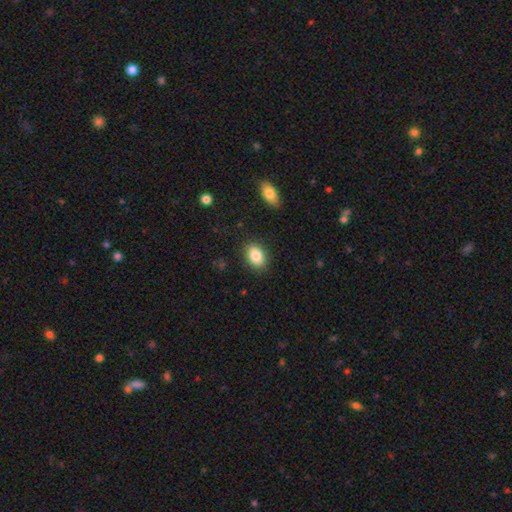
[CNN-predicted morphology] smooth 84%, featured or disk 8%, star or artifact 8%. Down the decision tree: how rounded — in between (81%); merging — none (87%).